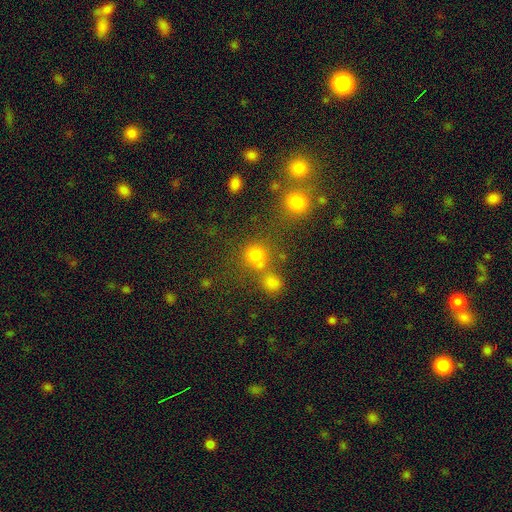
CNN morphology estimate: A smooth galaxy with no disk features (74%) that is round (86%). Merging: none (60%).